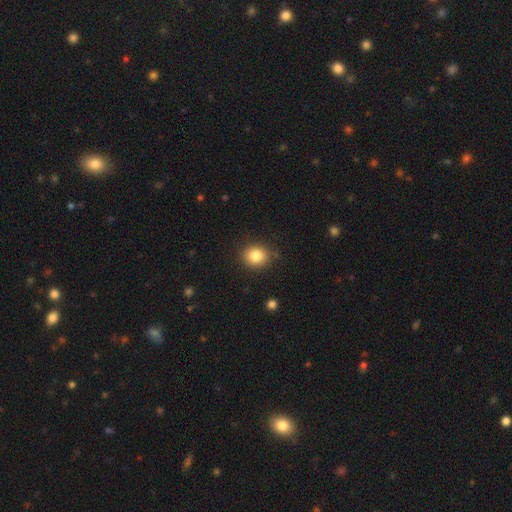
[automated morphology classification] The model was most divided on "how rounded": round: 77%, in between: 23%, cigar-shaped: 1%. More confident: merging — none (87%); smooth or featured — smooth (84%).